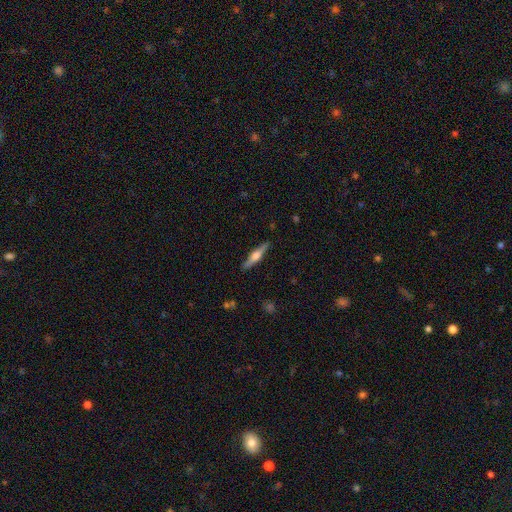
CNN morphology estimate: A featured or disk galaxy (66%) viewed edge-on (97%) with a rounded central bulge (88%).

Vote fractions:
- Smooth or featured? featured or disk: 66% / smooth: 29% / star or artifact: 5%
- Edge-on disk? yes: 97% / no: 3%
- Edge-on bulge? rounded: 88% / boxy: 9% / none: 3%
- Merging? none: 90% / minor disturbance: 7% / major disturbance: 2% / merger: 1%